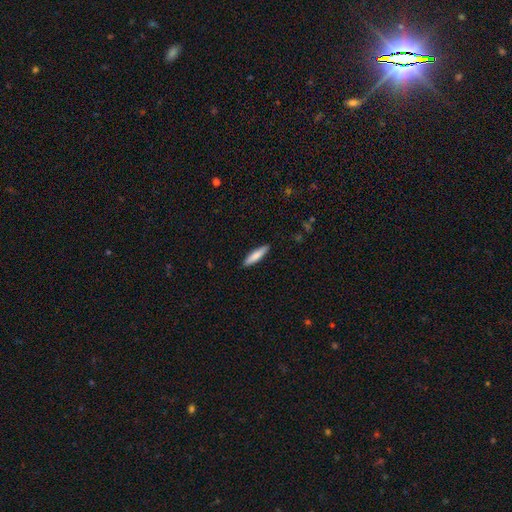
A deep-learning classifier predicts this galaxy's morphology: The model was most divided on "how rounded": cigar-shaped: 81%, in between: 18%, round: 1%. More confident: merging — none (90%); smooth or featured — smooth (80%).